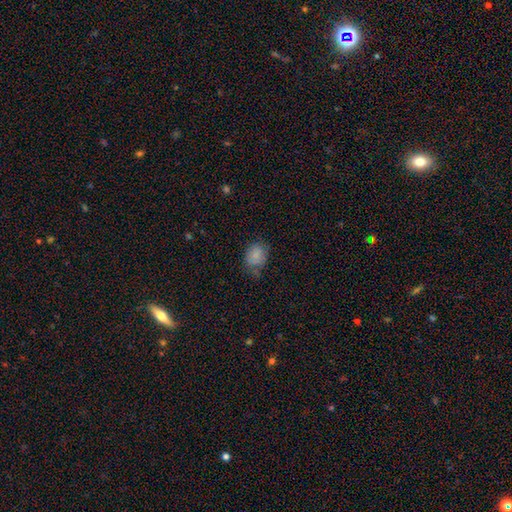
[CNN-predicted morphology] A smooth galaxy with no disk features (82%) that is in between round and cigar-shaped (56%). Merging: none (59%).